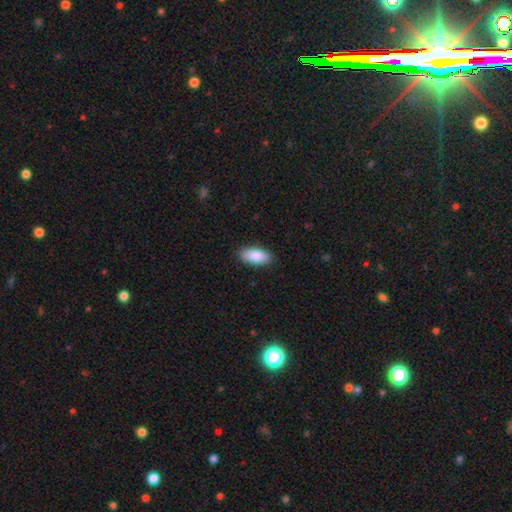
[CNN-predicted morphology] Smooth or featured: smooth — 88% (featured or disk — 6%)
How rounded: in between — 90% (cigar-shaped — 8%)
Merging: none — 88% (minor disturbance — 9%)